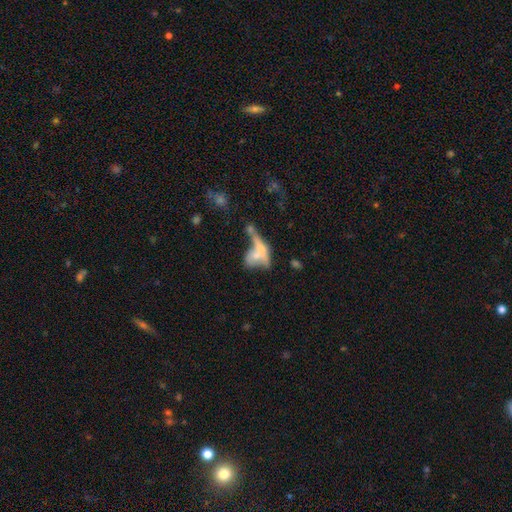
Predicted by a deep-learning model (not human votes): smooth-or-featured: smooth: 47% | featured or disk: 41% | star or artifact: 11%
  merging: merger: 53% | none: 23% | major disturbance: 13% | minor disturbance: 11%